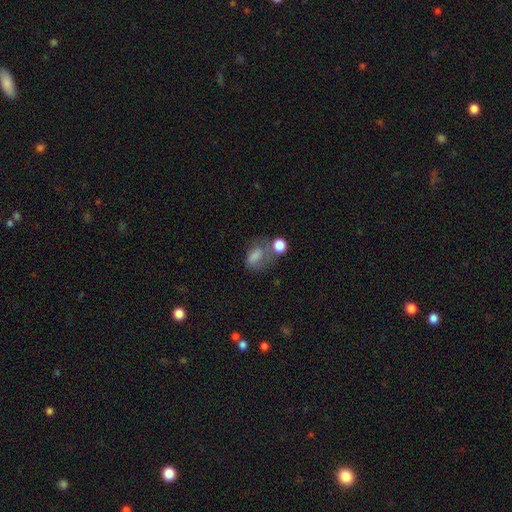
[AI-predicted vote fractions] Q: Smooth or featured?
A: smooth (65%); runner-up: star or artifact (18%)
Q: How rounded?
A: in between (74%); runner-up: round (24%)
Q: Merging?
A: none (41%); runner-up: merger (22%)